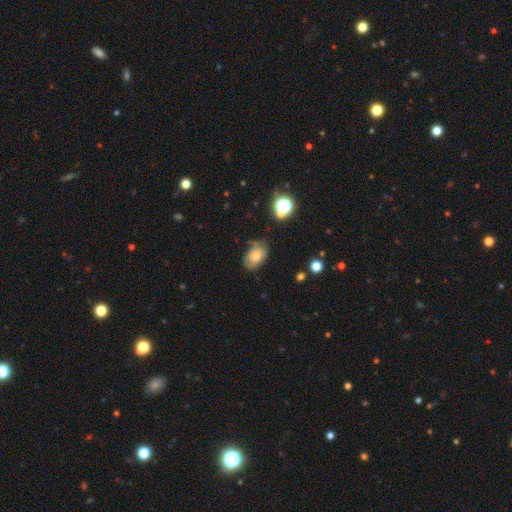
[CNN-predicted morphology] Smooth or featured: smooth — 66% (featured or disk — 22%)
How rounded: in between — 82% (round — 16%)
Merging: none — 68% (minor disturbance — 23%)